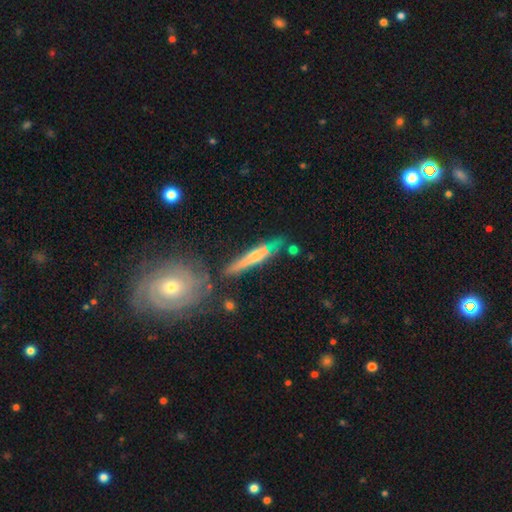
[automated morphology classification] Smooth or featured: featured or disk — 54% (smooth — 39%)
Edge-on disk: yes — 74% (no — 26%)
Merging: none — 58% (minor disturbance — 22%)